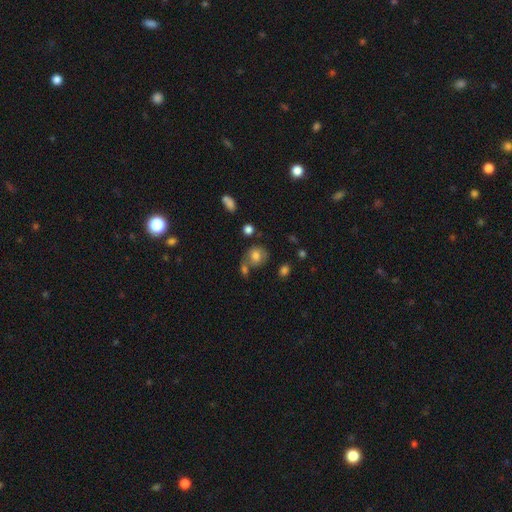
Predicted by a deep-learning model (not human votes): Q: Smooth or featured?
A: smooth (72%); runner-up: featured or disk (18%)
Q: How rounded?
A: round (69%); runner-up: in between (30%)
Q: Merging?
A: none (51%); runner-up: merger (22%)